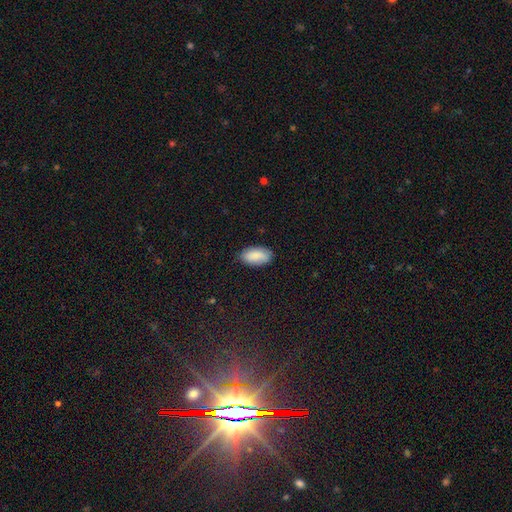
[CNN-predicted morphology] A smooth galaxy with no disk features (87%) that is in between round and cigar-shaped (94%).

Vote fractions:
- Smooth or featured? smooth: 87% / featured or disk: 7% / star or artifact: 6%
- How rounded? in between: 94% / cigar-shaped: 3% / round: 2%
- Merging? none: 82% / minor disturbance: 14% / major disturbance: 3% / merger: 1%